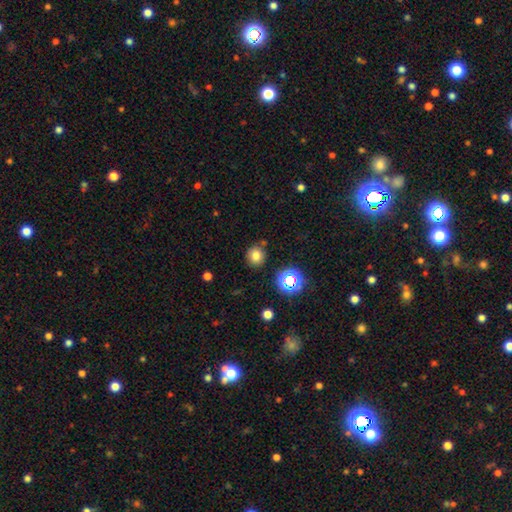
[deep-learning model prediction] Smooth or featured? Predicted: smooth (p=0.75). How rounded? Predicted: round (p=0.87). Merging? Predicted: none (p=0.81).